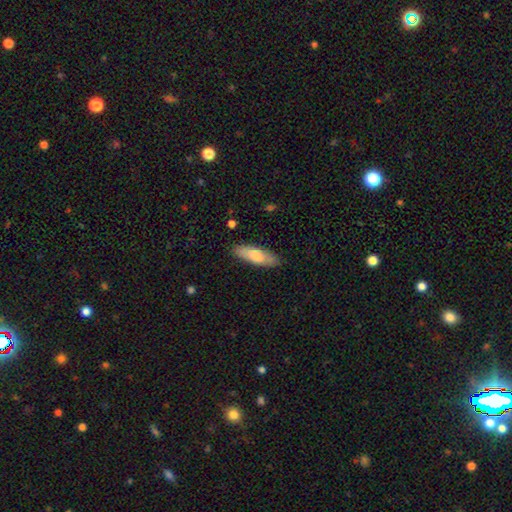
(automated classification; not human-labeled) A smooth galaxy with no disk features (72%) that is in between round and cigar-shaped (55%). Merging: none (86%).